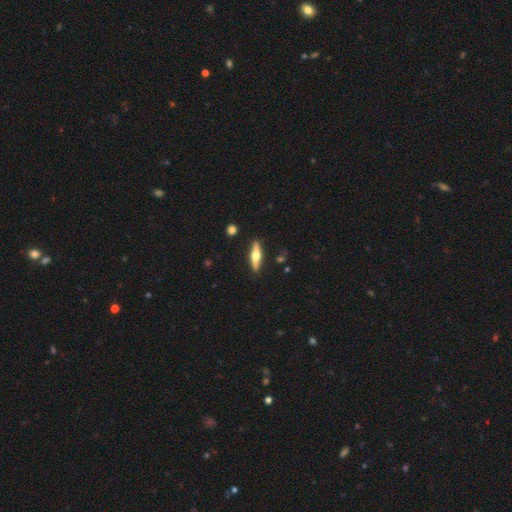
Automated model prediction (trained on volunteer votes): This appears to be a featured or disk galaxy (61%) viewed edge-on (95%) with a rounded central bulge (95%). Merging: none (90%).